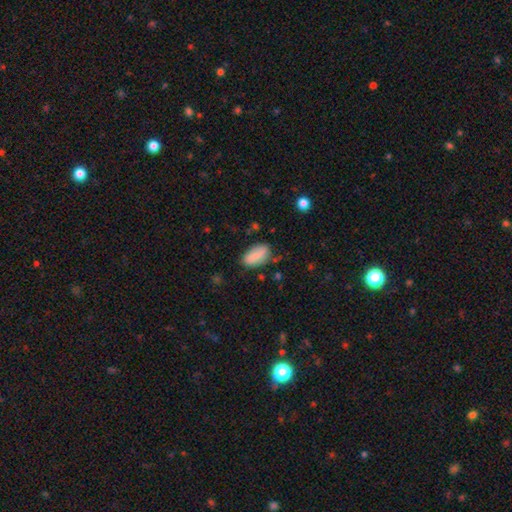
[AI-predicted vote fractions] The model was most divided on "merging": none: 73%, minor disturbance: 20%, major disturbance: 4%, merger: 3%. More confident: how rounded — in between (93%); smooth or featured — smooth (82%).